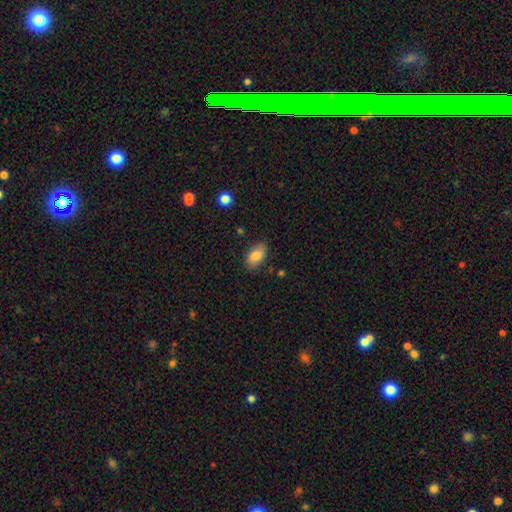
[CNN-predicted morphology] smooth_or_featured: smooth (p=0.84) [alt: featured or disk p=0.09]
how_rounded: in between (p=0.92) [alt: round p=0.05]
merging: none (p=0.82) [alt: minor disturbance p=0.14]